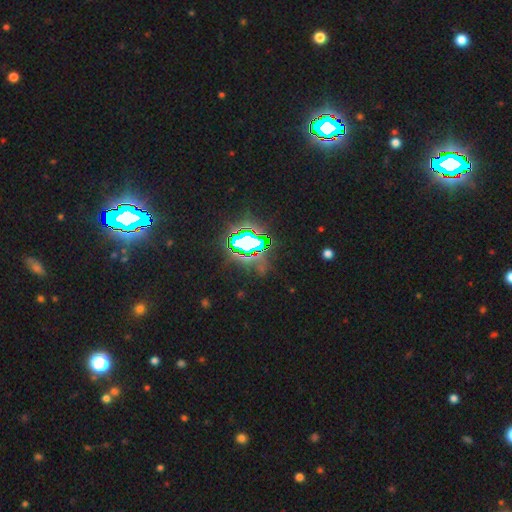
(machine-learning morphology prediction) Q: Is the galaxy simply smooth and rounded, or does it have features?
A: star or artifact — 84%.